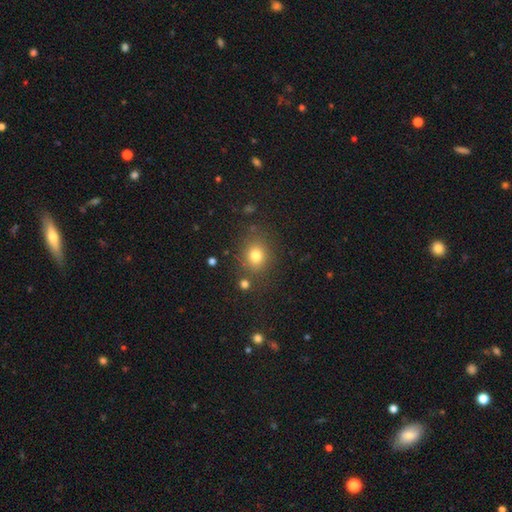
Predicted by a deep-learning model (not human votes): The model was most divided on "how rounded": round: 72%, in between: 27%, cigar-shaped: 1%. More confident: merging — none (80%); smooth or featured — smooth (77%).